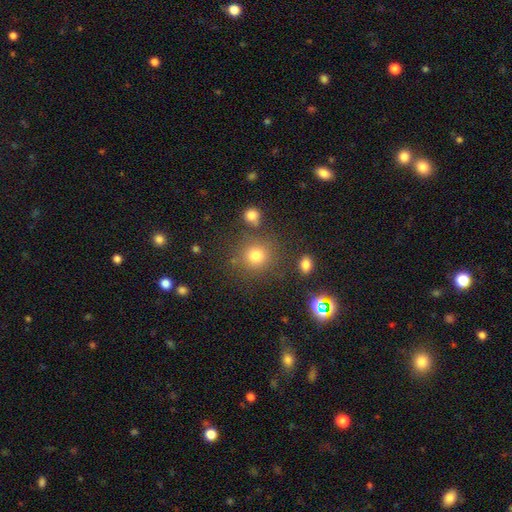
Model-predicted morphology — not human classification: A smooth galaxy with no disk features (78%) that is round (87%). Merging: none (79%).